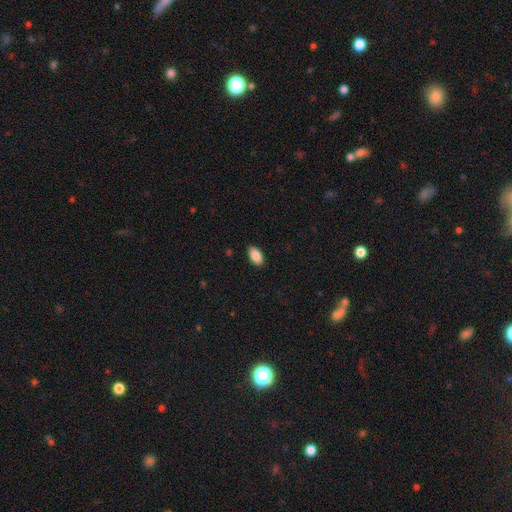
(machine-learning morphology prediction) The model was most divided on "merging": none: 87%, minor disturbance: 10%, major disturbance: 2%, merger: 1%. More confident: how rounded — in between (94%); smooth or featured — smooth (88%).